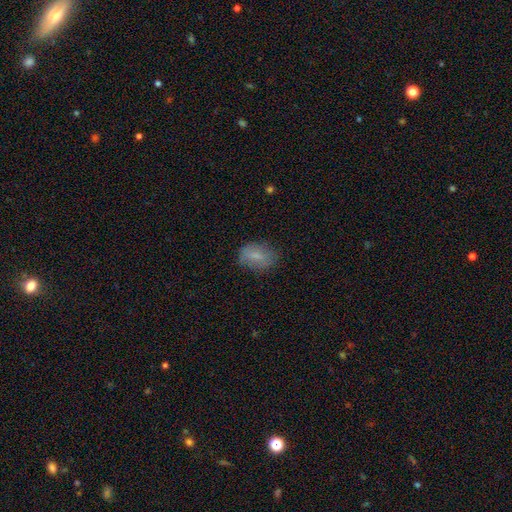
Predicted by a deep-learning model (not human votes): Smooth or featured? smooth (71%)
How rounded? in between (81%)
Merging? none (70%)